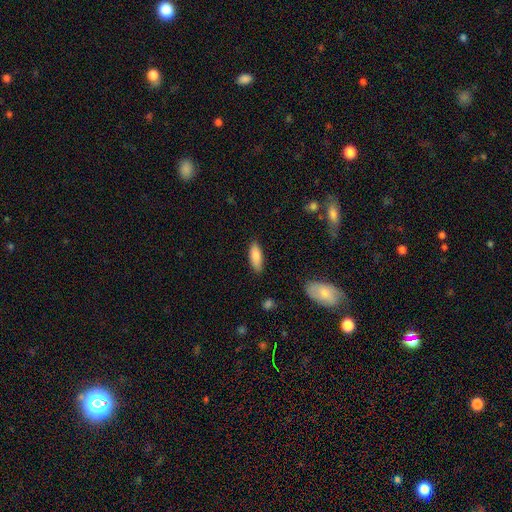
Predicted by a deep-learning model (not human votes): This appears to be a smooth galaxy with no disk features (86%) that is in between round and cigar-shaped (69%). Merging: none (85%).